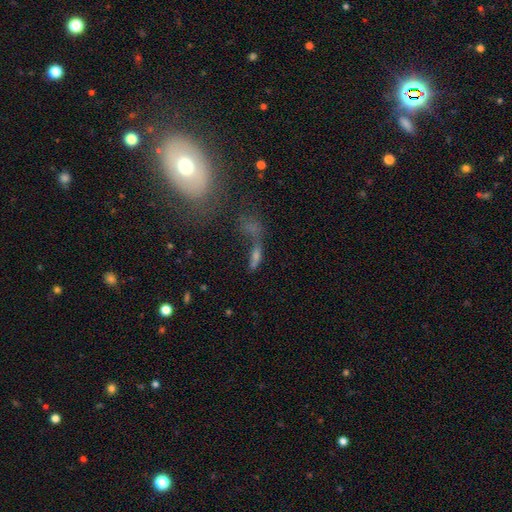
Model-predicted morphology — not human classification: A smooth galaxy with no disk features (46%). Merging: merger (36%).